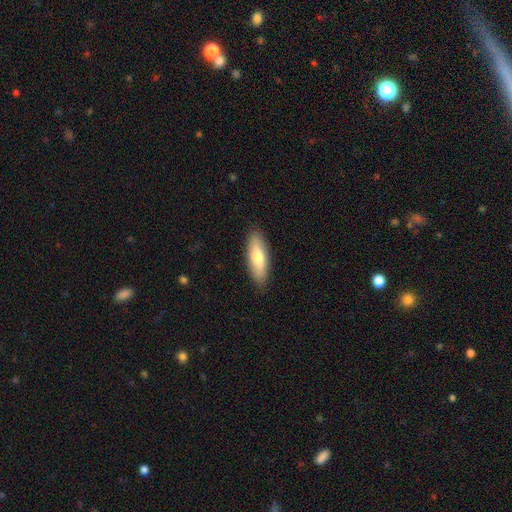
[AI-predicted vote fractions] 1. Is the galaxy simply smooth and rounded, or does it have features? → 67% smooth, 27% featured or disk, 5% star or artifact.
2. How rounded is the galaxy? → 52% in between, 46% cigar-shaped, 2% round.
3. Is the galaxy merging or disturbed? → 88% none, 9% minor disturbance, 2% major disturbance, 1% merger.